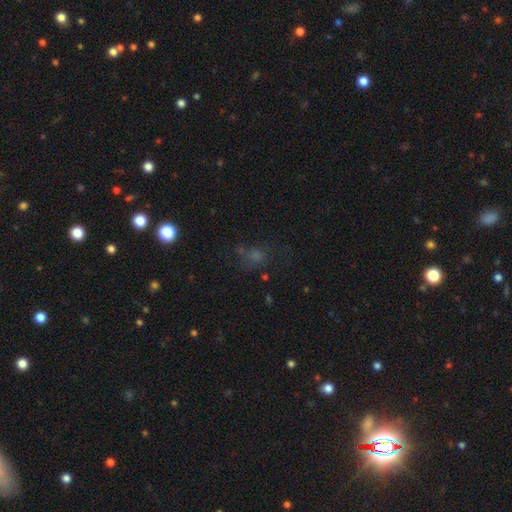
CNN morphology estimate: Q: Smooth or featured?
A: smooth (43%); runner-up: star or artifact (38%)
Q: Merging?
A: none (56%); runner-up: major disturbance (21%)